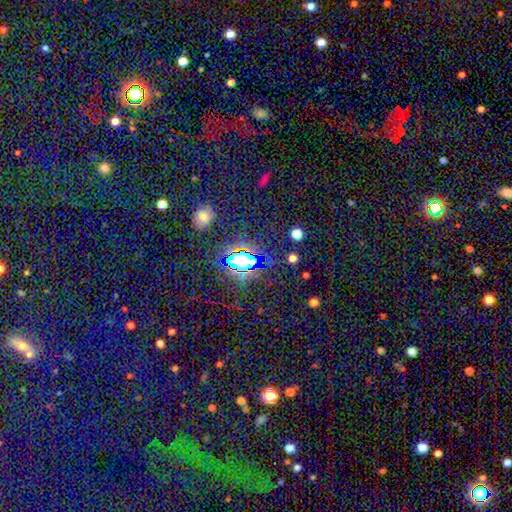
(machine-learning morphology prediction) The model was most divided on "smooth or featured": star or artifact: 77%, smooth: 15%, featured or disk: 9%.